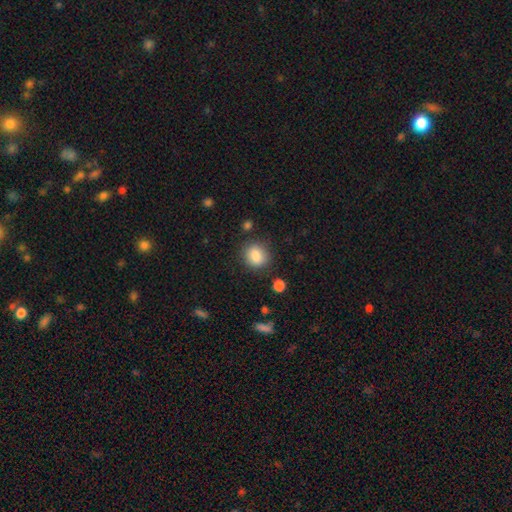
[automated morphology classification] Smooth or featured?
  - smooth: 85% *
  - star or artifact: 9%
  - featured or disk: 6%
How rounded?
  - round: 64% *
  - in between: 35%
  - cigar-shaped: 1%
Merging?
  - none: 81% *
  - minor disturbance: 12%
  - major disturbance: 4%
  - merger: 3%